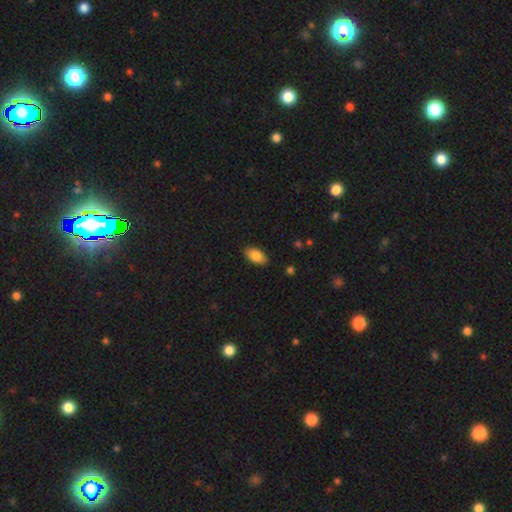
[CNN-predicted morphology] Overall: smooth (84%). How rounded: in between (93%). Merging: none (88%).